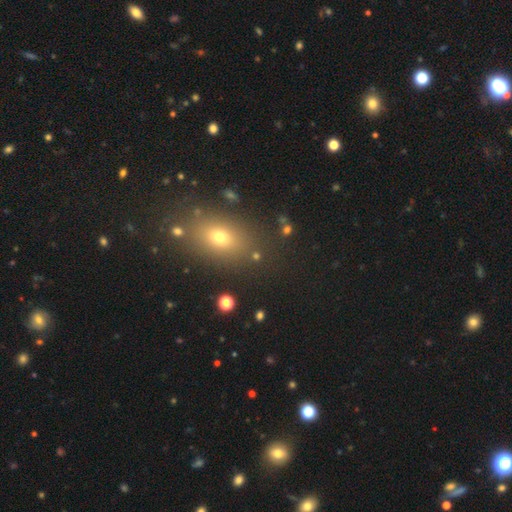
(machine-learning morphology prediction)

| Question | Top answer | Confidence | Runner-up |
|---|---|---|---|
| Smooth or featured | smooth | 66% | star or artifact (22%) |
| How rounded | in between | 70% | round (27%) |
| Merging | none | 82% | minor disturbance (10%) |